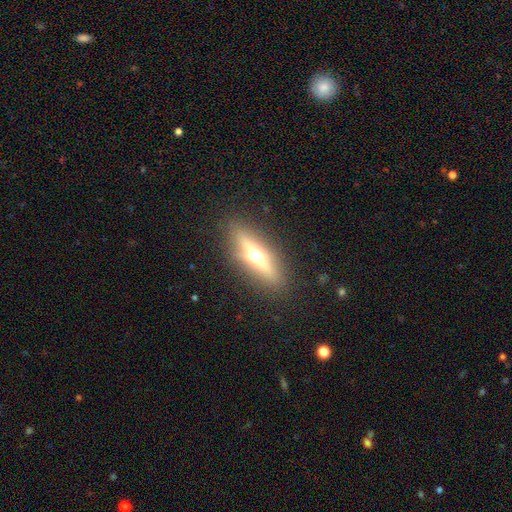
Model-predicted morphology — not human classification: The model was most divided on "smooth or featured": featured or disk: 59%, smooth: 32%, star or artifact: 9%. More confident: edge-on bulge — rounded (95%); edge-on disk — yes (88%); merging — none (87%).